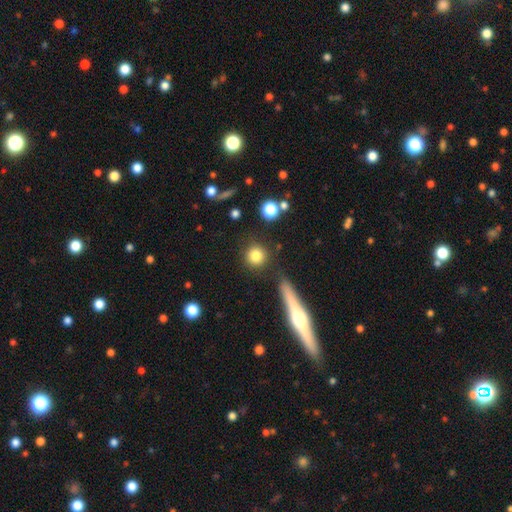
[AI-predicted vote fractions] Smooth or featured?
  - smooth: 82% *
  - star or artifact: 10%
  - featured or disk: 8%
How rounded?
  - round: 90% *
  - in between: 7%
  - cigar-shaped: 2%
Merging?
  - none: 84% *
  - minor disturbance: 8%
  - merger: 5%
  - major disturbance: 3%